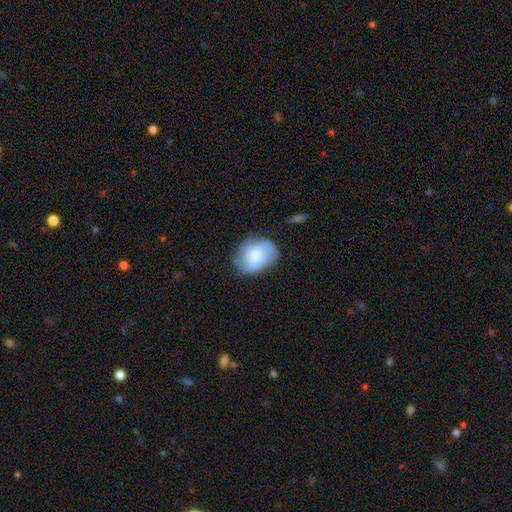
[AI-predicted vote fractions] This is likely a smooth galaxy (60%). How rounded: possibly in between (55%). Merging: likely none (65%).